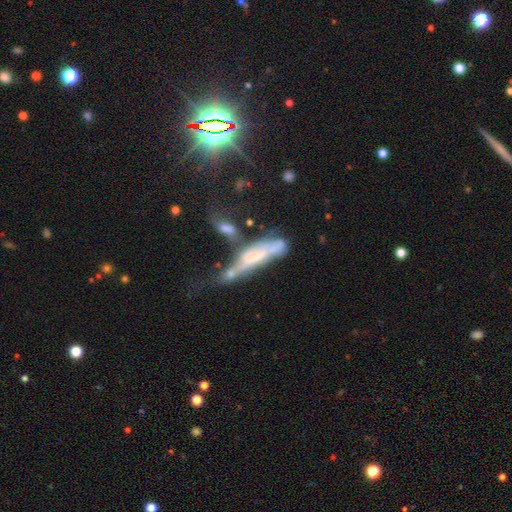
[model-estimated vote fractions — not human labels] smooth-or-featured: featured or disk: 56% | smooth: 32% | star or artifact: 12%
  disk-edge-on: no: 59% | yes: 41%
  merging: merger: 40% | major disturbance: 29% | none: 17% | minor disturbance: 15%